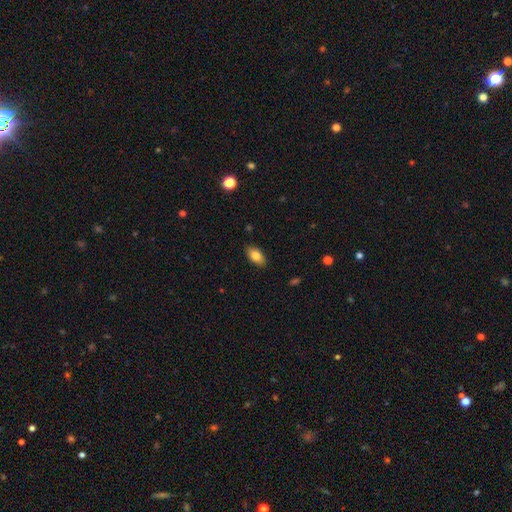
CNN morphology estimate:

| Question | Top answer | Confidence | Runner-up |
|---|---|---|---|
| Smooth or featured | smooth | 83% | featured or disk (10%) |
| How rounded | in between | 92% | round (5%) |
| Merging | none | 88% | minor disturbance (9%) |